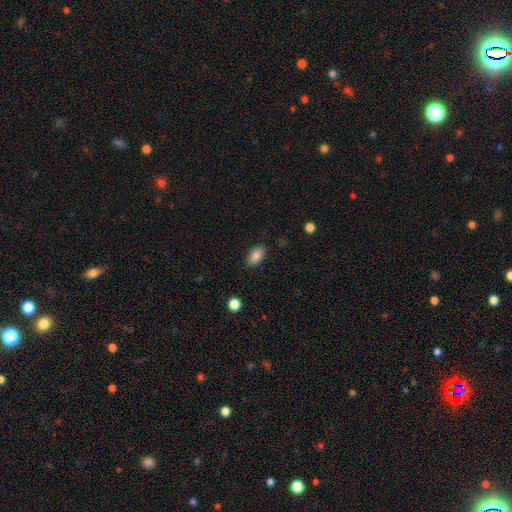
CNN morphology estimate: The model was most divided on "smooth or featured": smooth: 82%, featured or disk: 9%, star or artifact: 8%. More confident: how rounded — in between (92%); merging — none (86%).